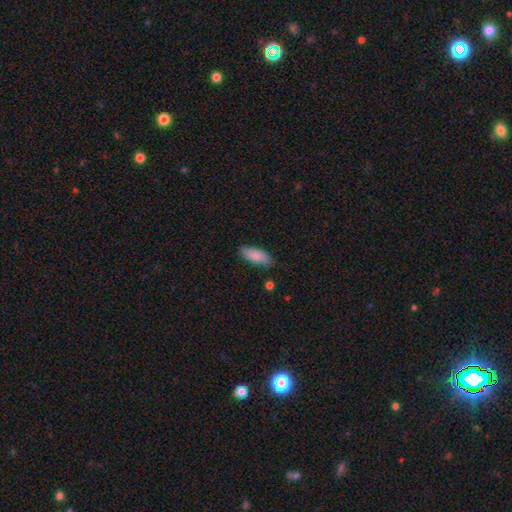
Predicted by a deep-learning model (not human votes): smooth_or_featured: smooth (p=0.85) [alt: featured or disk p=0.09]
how_rounded: in between (p=0.84) [alt: cigar-shaped p=0.14]
merging: none (p=0.80) [alt: minor disturbance p=0.16]